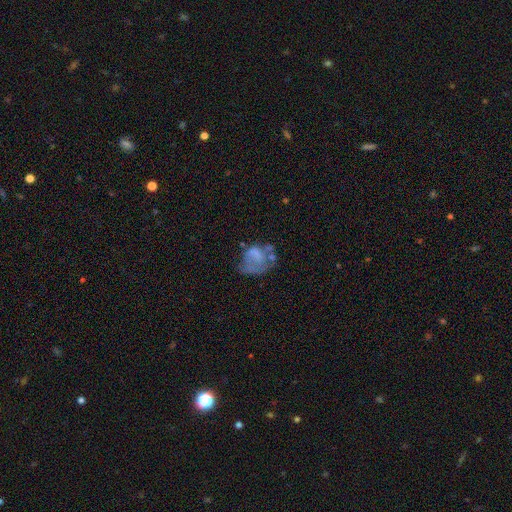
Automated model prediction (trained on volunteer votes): A smooth galaxy with no disk features (48%).

Vote fractions:
- Smooth or featured? smooth: 48% / featured or disk: 41% / star or artifact: 11%
- Merging? major disturbance: 40% / none: 26% / minor disturbance: 24% / merger: 10%